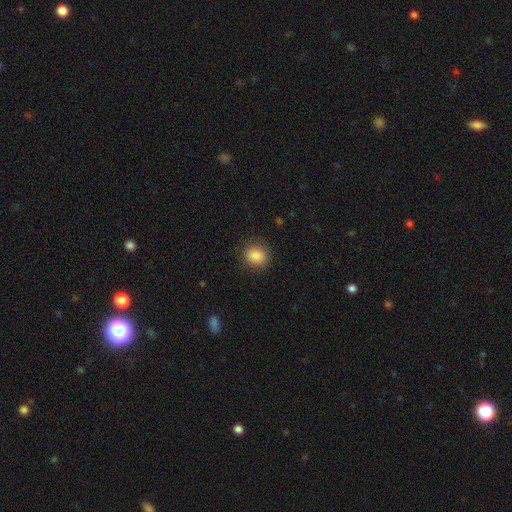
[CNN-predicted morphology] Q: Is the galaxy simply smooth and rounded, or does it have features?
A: smooth — 86%.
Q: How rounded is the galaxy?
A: round — 68%.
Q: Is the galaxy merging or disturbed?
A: none — 87%.